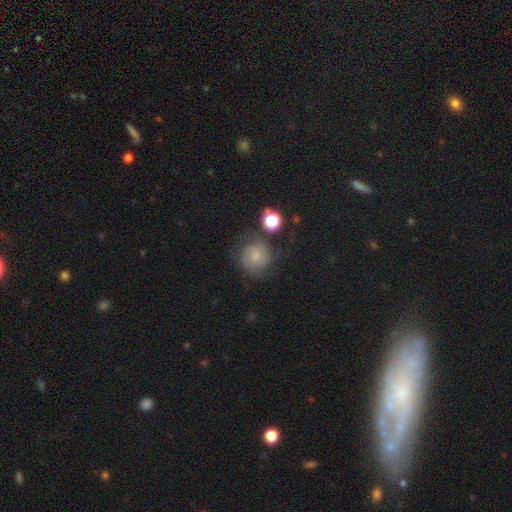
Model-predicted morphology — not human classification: A smooth galaxy with no disk features (47%). Merging: none (59%).